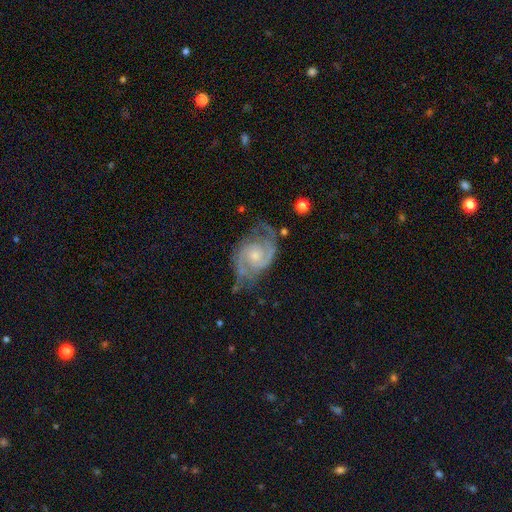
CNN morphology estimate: Smooth or featured? featured or disk (90%)
Edge-on disk? no (98%)
Bar? no (67%)
Spiral arms? yes (98%)
Spiral winding? medium (51%)
Spiral arm count? 2 (88%)
Bulge size? small (60%)
Merging? none (65%)